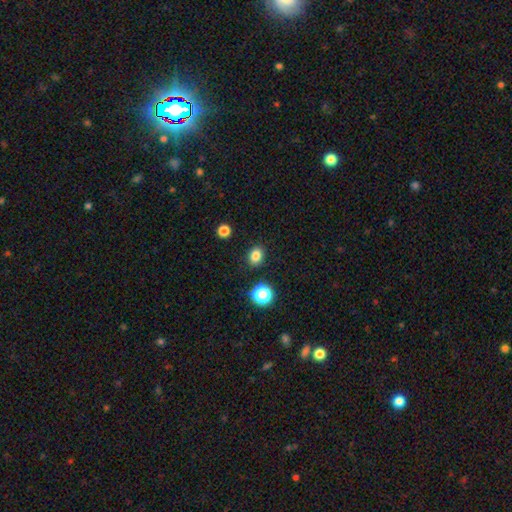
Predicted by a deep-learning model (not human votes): Q: Smooth or featured?
A: smooth (83%); runner-up: star or artifact (13%)
Q: How rounded?
A: round (53%); runner-up: in between (46%)
Q: Merging?
A: none (88%); runner-up: minor disturbance (8%)